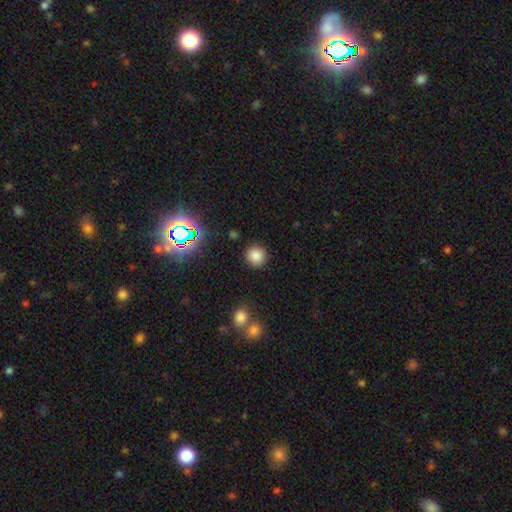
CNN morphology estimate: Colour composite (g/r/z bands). It shows a smooth galaxy with no disk features (80%) that is round (93%). Merging: none (89%).